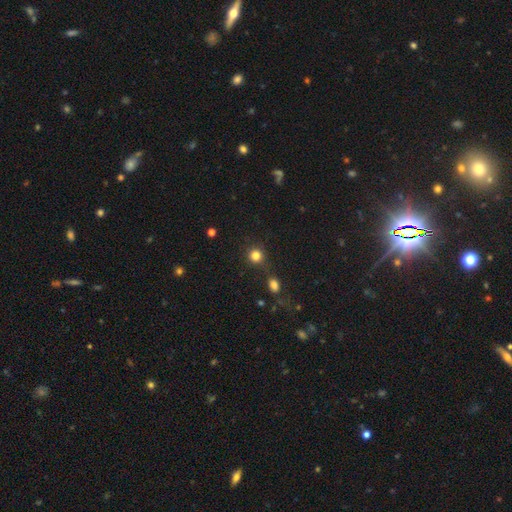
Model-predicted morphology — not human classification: smooth_or_featured: smooth (p=0.82) [alt: star or artifact p=0.13]
how_rounded: round (p=0.90) [alt: in between p=0.09]
merging: none (p=0.79) [alt: minor disturbance p=0.10]